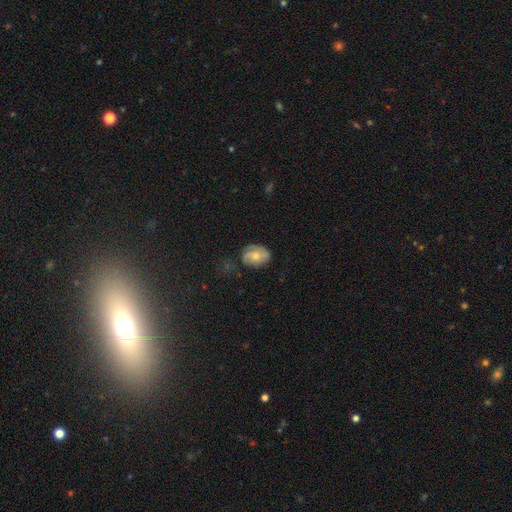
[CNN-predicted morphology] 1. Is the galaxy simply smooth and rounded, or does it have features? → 49% featured or disk, 43% smooth, 8% star or artifact.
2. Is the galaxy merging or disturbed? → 60% none, 27% minor disturbance, 11% major disturbance, 2% merger.